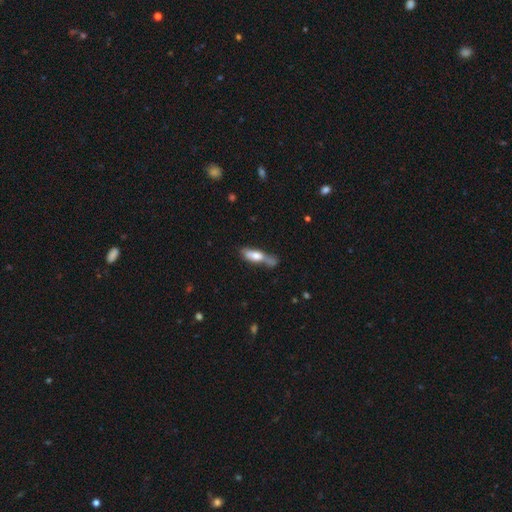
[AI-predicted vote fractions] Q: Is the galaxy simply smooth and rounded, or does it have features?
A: smooth — 56%.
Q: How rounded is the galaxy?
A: cigar-shaped — 59%.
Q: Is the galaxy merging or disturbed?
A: none — 45%.